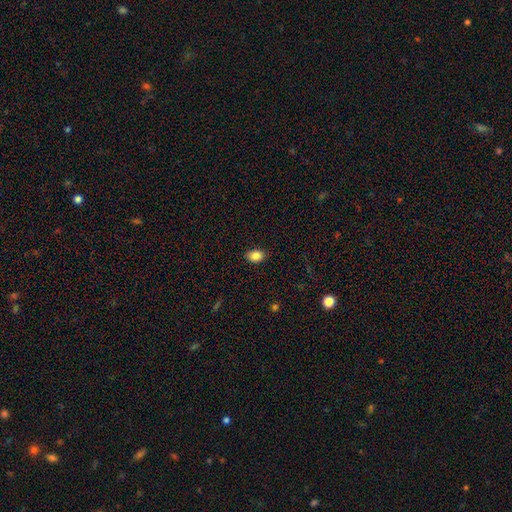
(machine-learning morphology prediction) Smooth or featured? smooth (86%)
How rounded? in between (73%)
Merging? none (86%)